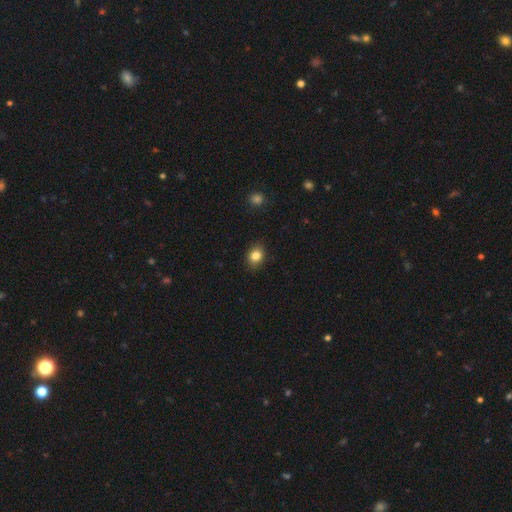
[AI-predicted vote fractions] This is clearly a smooth galaxy (83%). How rounded: possibly in between (56%). Merging: clearly none (87%).